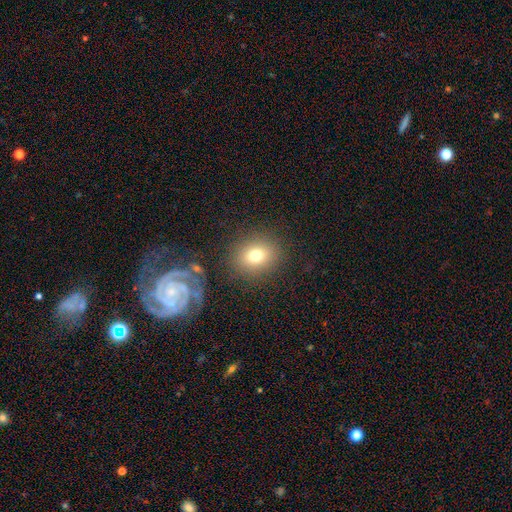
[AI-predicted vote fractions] Overall: smooth (74%). How rounded: round (64%; in between 35%). Merging: none (83%).